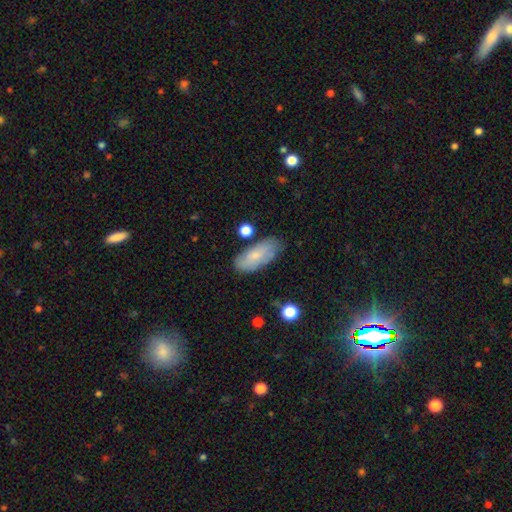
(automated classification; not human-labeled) Smooth or featured?
  - smooth: 64% *
  - featured or disk: 29%
  - star or artifact: 7%
How rounded?
  - in between: 86% *
  - cigar-shaped: 12%
  - round: 3%
Merging?
  - none: 74% *
  - minor disturbance: 18%
  - major disturbance: 4%
  - merger: 4%